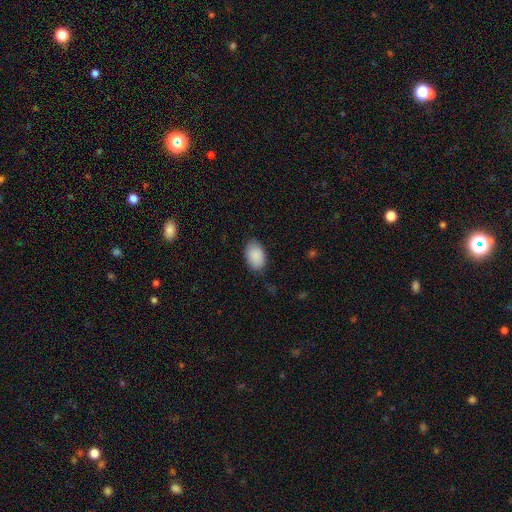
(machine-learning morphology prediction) Overall: smooth (90%). How rounded: in between (91%). Merging: none (80%).